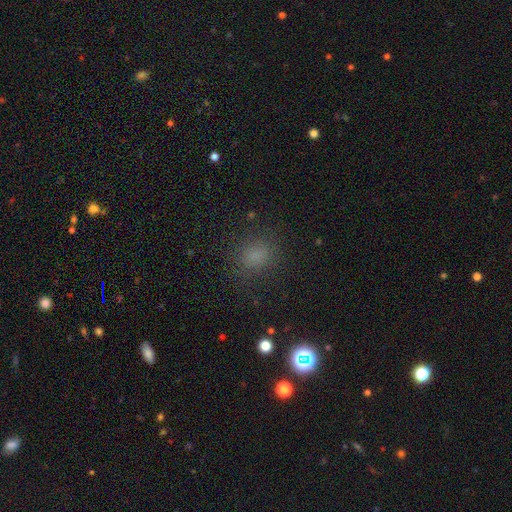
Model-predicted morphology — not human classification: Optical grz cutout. It shows a smooth galaxy with no disk features (77%) that is round (62%). Merging: none (84%).